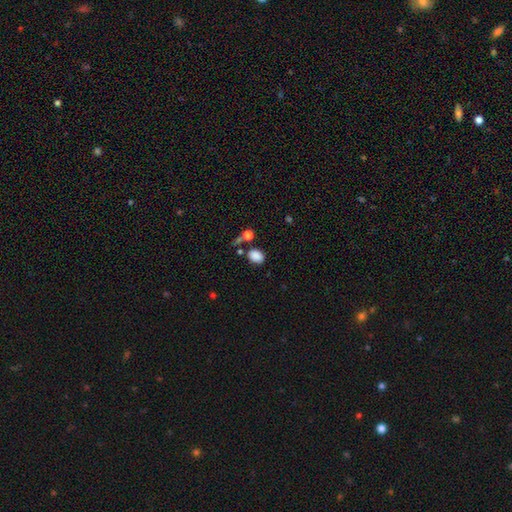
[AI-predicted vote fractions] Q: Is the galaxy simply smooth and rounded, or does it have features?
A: smooth — 85%.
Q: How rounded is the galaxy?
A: in between — 70%.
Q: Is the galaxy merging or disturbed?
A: none — 71%.